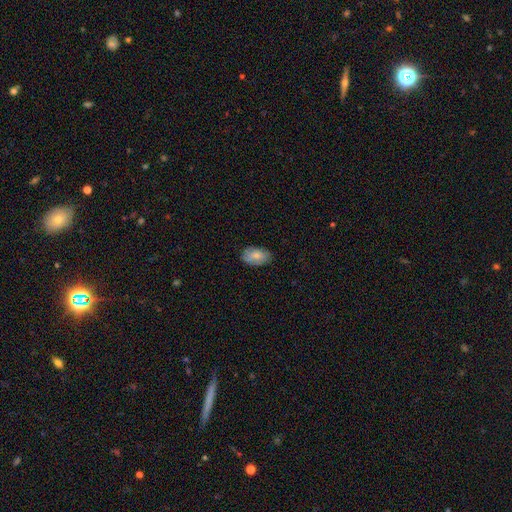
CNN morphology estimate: type=smooth (78%); roundness=in between (91%); merging=none (77%).